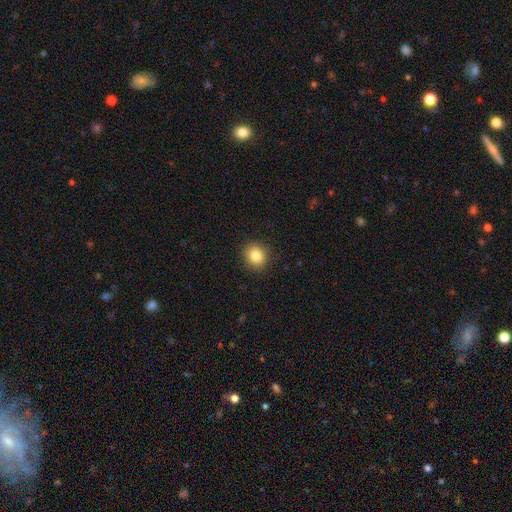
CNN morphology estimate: Q: Smooth or featured?
A: smooth (83%); runner-up: star or artifact (10%)
Q: How rounded?
A: round (80%); runner-up: in between (19%)
Q: Merging?
A: none (90%); runner-up: minor disturbance (7%)